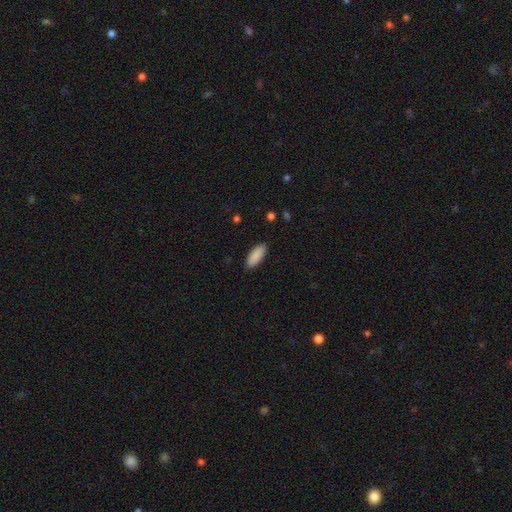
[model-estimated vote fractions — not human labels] Smooth or featured?
  - smooth: 90% *
  - star or artifact: 6%
  - featured or disk: 4%
How rounded?
  - in between: 81% *
  - cigar-shaped: 17%
  - round: 2%
Merging?
  - none: 88% *
  - minor disturbance: 9%
  - major disturbance: 2%
  - merger: 1%